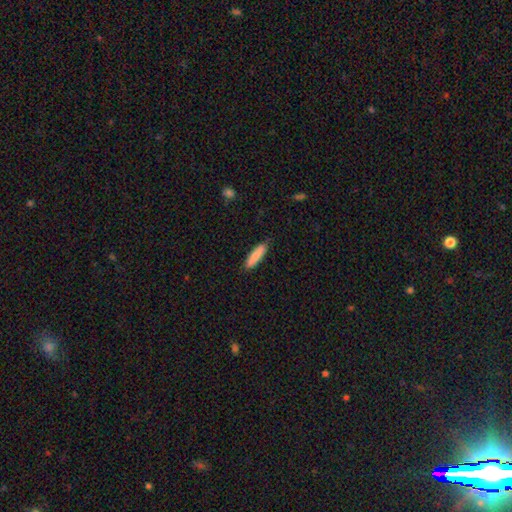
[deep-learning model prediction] Morphology: type=smooth (84%); roundness=cigar-shaped (73%); merging=none (87%).